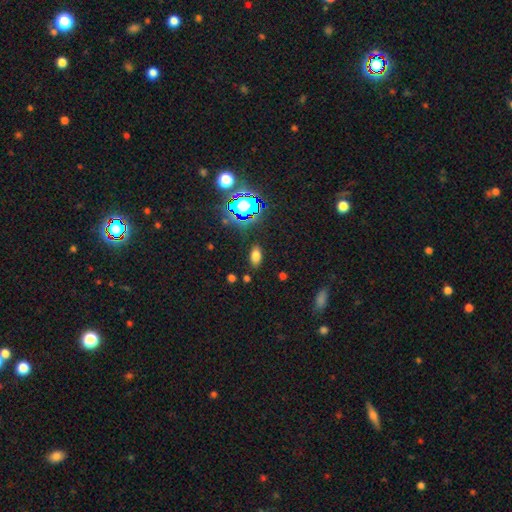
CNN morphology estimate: This appears to be a smooth galaxy with no disk features (71%) that is in between round and cigar-shaped (88%). Merging: none (86%).